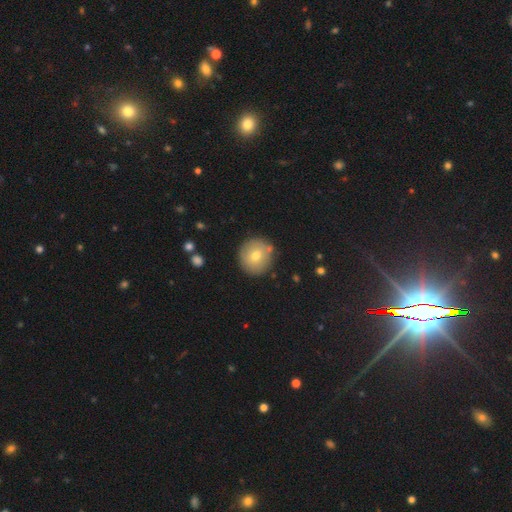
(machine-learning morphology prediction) A smooth galaxy with no disk features (72%) that is round (93%).

Vote fractions:
- Smooth or featured? smooth: 72% / featured or disk: 19% / star or artifact: 9%
- How rounded? round: 93% / in between: 6% / cigar-shaped: 1%
- Merging? none: 84% / minor disturbance: 9% / merger: 4% / major disturbance: 2%